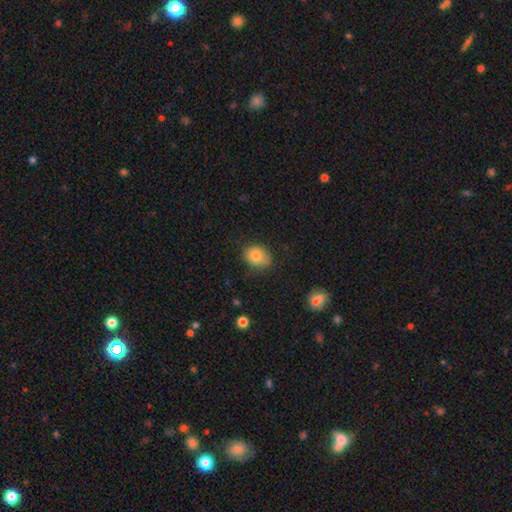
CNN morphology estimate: Smooth or featured? smooth (82%)
How rounded? in between (55%)
Merging? none (68%)